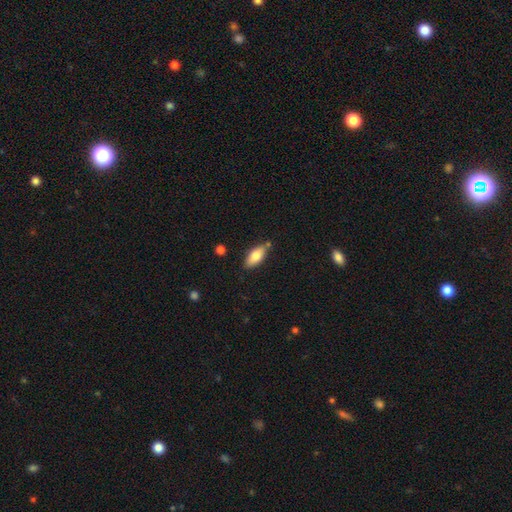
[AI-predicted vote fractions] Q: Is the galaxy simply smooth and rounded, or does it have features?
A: smooth — 72%.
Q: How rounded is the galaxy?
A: in between — 81%.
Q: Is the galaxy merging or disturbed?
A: none — 75%.